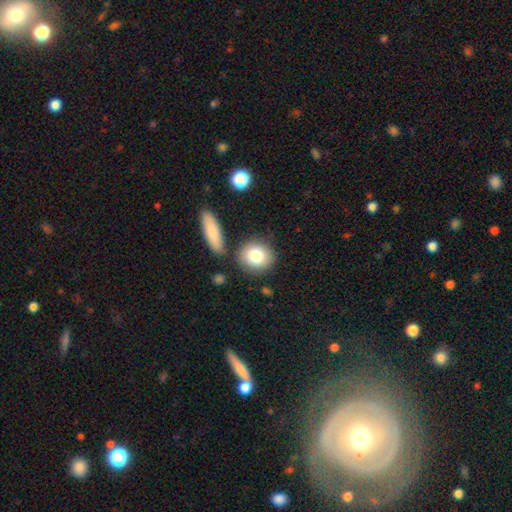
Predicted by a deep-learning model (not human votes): Morphology: type=smooth (81%); roundness=round (72%); merging=none (76%).